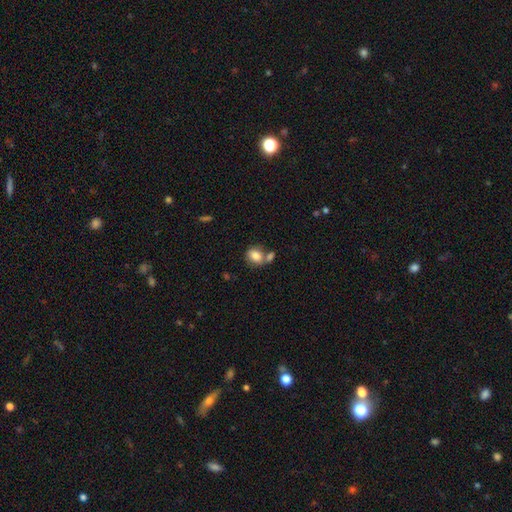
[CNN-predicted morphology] Smooth or featured? Predicted: smooth (p=0.81). How rounded? Predicted: in between (p=0.56). Merging? Predicted: none (p=0.52).